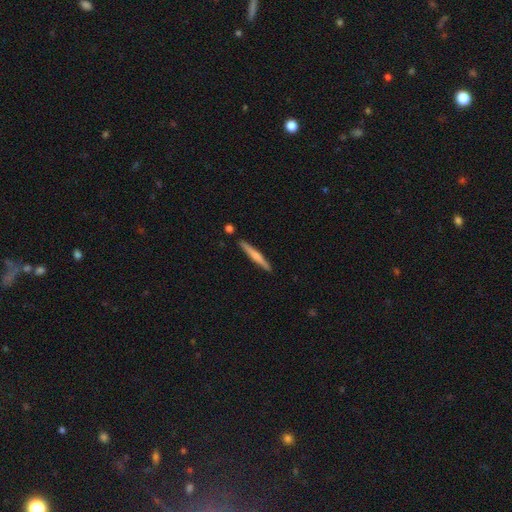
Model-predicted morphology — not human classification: Smooth or featured: smooth — 53% (featured or disk — 42%)
How rounded: cigar-shaped — 95% (in between — 3%)
Merging: none — 88% (minor disturbance — 7%)